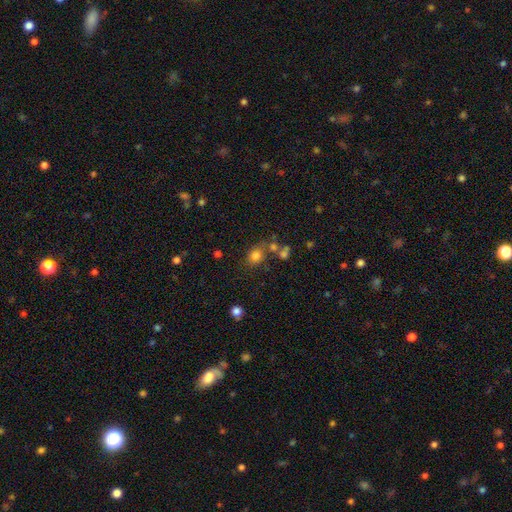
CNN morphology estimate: Q: Smooth or featured?
A: smooth (77%); runner-up: star or artifact (14%)
Q: How rounded?
A: round (57%); runner-up: in between (42%)
Q: Merging?
A: none (61%); runner-up: merger (17%)